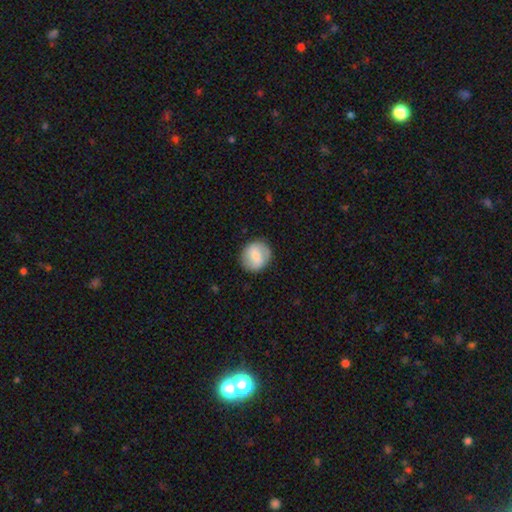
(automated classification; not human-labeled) This is possibly a smooth galaxy (58%). How rounded: clearly round (86%). Merging: clearly none (86%).